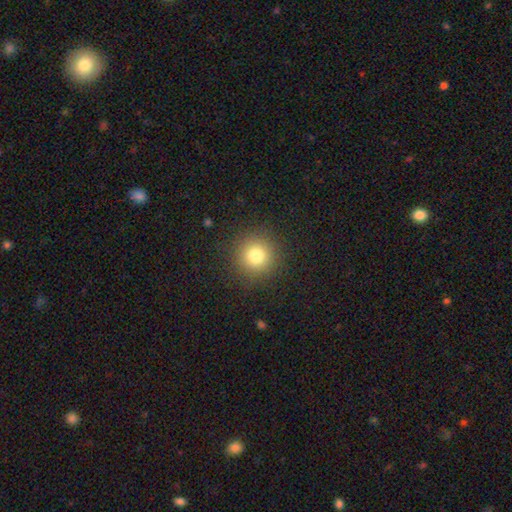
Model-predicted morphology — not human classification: Smooth or featured: smooth — 79% (star or artifact — 14%)
How rounded: round — 95% (in between — 4%)
Merging: none — 90% (minor disturbance — 6%)